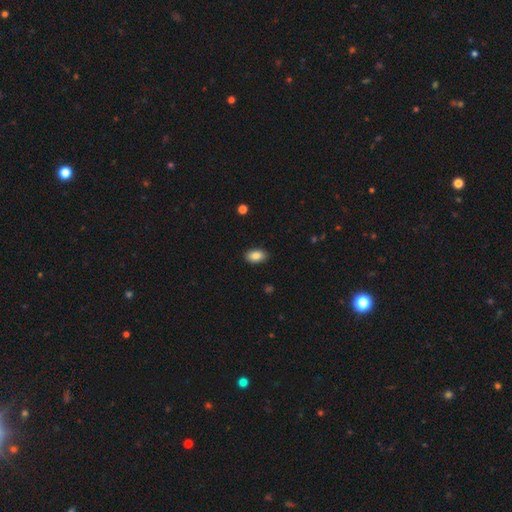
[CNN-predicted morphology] A smooth galaxy with no disk features (86%) that is in between round and cigar-shaped (92%). Merging: none (89%).